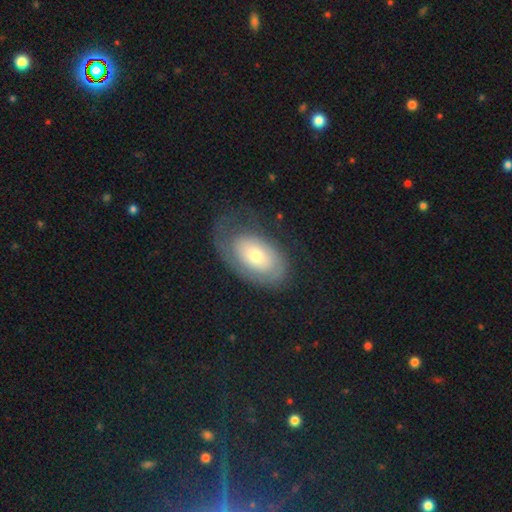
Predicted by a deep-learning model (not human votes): featured or disk 50%, smooth 43%, star or artifact 7%. Down the decision tree: edge-on disk — no (93%); merging — none (52%).